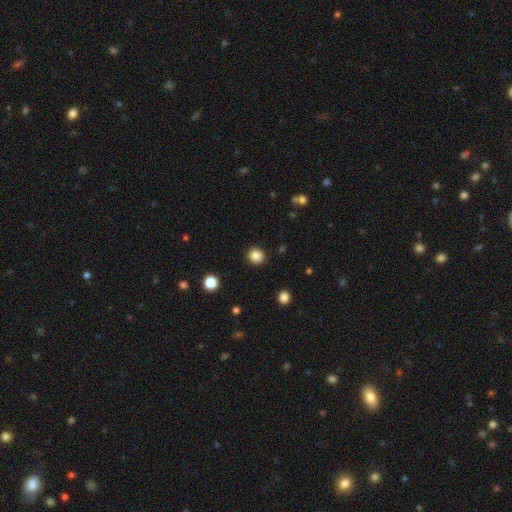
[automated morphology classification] smooth_or_featured: smooth (p=0.86) [alt: star or artifact p=0.11]
how_rounded: round (p=0.88) [alt: in between p=0.11]
merging: none (p=0.91) [alt: minor disturbance p=0.06]